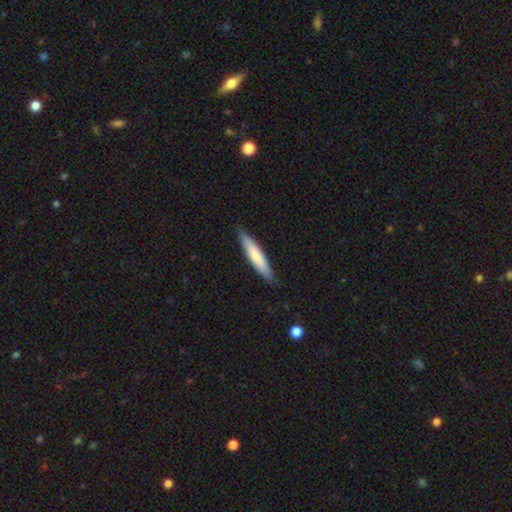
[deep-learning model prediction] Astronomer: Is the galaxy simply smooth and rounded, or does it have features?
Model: smooth — 72%.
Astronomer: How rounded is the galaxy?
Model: cigar-shaped — 88%.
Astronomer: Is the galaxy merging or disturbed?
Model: none — 88%.